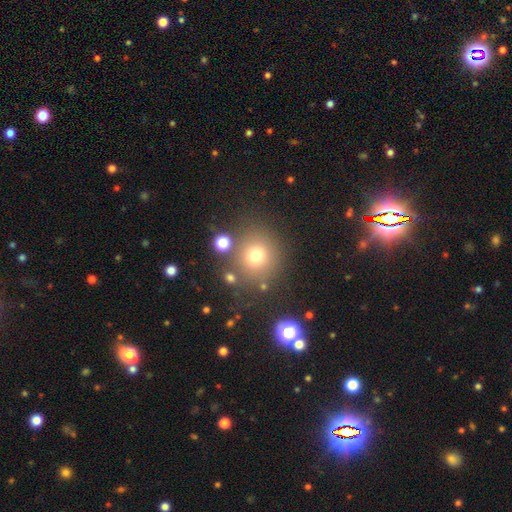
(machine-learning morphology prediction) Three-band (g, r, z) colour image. It shows a smooth galaxy with no disk features (72%) that is round (89%). Merging: none (78%).